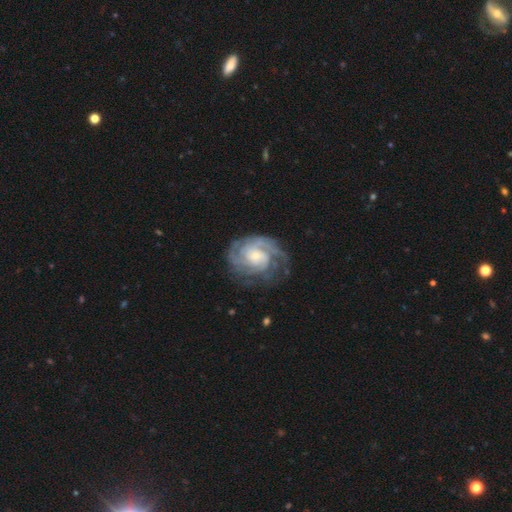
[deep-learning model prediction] The model was most divided on "spiral arm count": can't tell: 31%, 3: 20%, 4: 17%, 2: 17%, more than 4: 8%, 1: 7%. More confident: edge-on disk — no (97%); spiral arms — yes (97%); smooth or featured — featured or disk (87%); bar — no (69%); merging — none (69%); spiral winding — tight (67%); bulge size — small (60%).